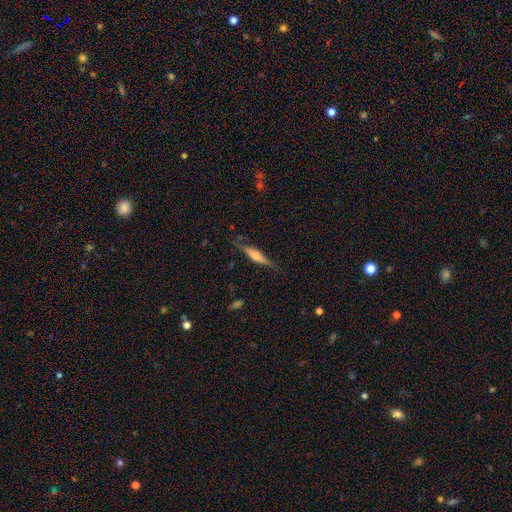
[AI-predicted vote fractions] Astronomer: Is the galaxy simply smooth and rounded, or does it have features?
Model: featured or disk — 51% (runner-up: smooth, 42%).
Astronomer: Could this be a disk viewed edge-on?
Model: yes — 93%.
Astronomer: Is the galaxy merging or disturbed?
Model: none — 77%.